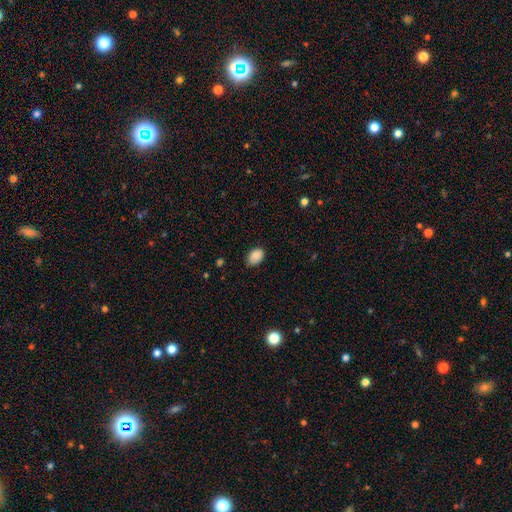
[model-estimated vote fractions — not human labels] The model was most divided on "how rounded": in between: 77%, round: 22%, cigar-shaped: 1%. More confident: smooth or featured — smooth (88%); merging — none (78%).